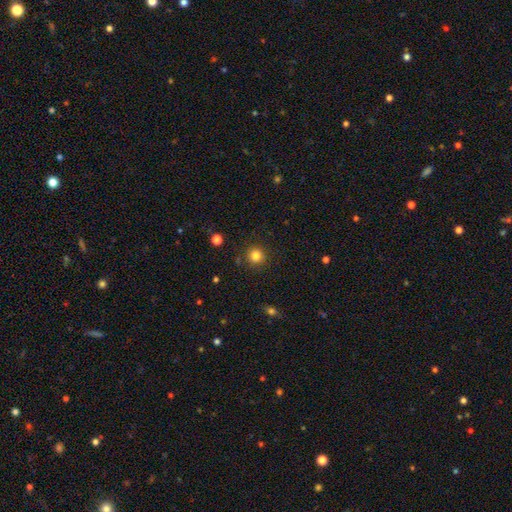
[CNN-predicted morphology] Smooth or featured: smooth — 82% (star or artifact — 13%)
How rounded: round — 93% (in between — 6%)
Merging: none — 88% (minor disturbance — 7%)